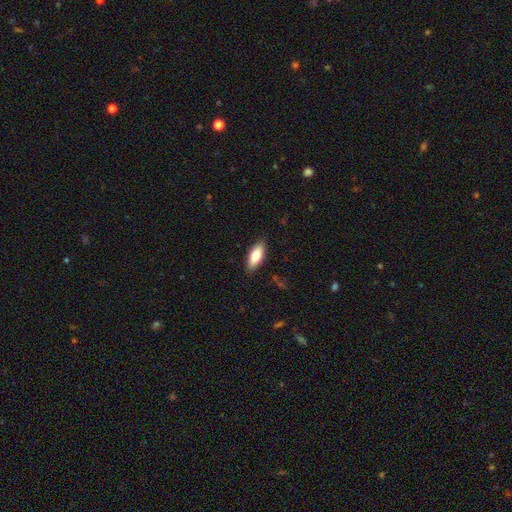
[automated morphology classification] A smooth galaxy with no disk features (76%) that is in between round and cigar-shaped (77%). Merging: none (88%).